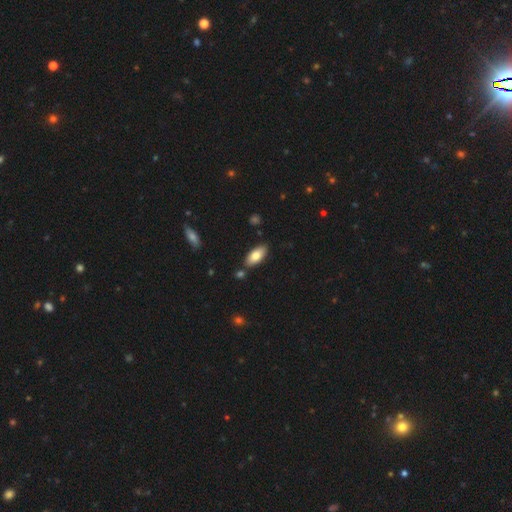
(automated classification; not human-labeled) This is likely a smooth galaxy (78%). How rounded: clearly in between (88%). Merging: clearly none (82%).